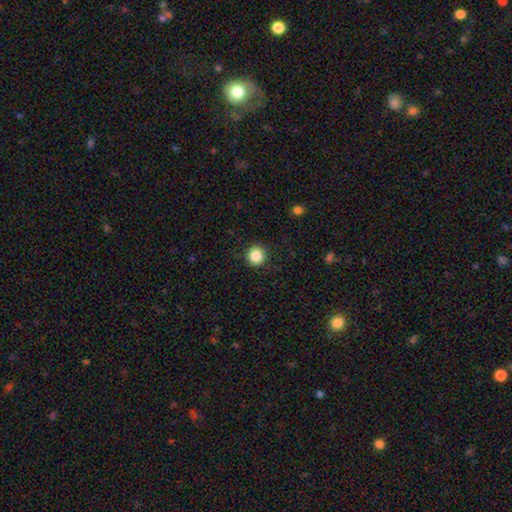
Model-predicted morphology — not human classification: A smooth galaxy with no disk features (86%) that is round (93%).

Vote fractions:
- Smooth or featured? smooth: 86% / star or artifact: 10% / featured or disk: 4%
- How rounded? round: 93% / in between: 6% / cigar-shaped: 1%
- Merging? none: 90% / minor disturbance: 7% / major disturbance: 2% / merger: 1%